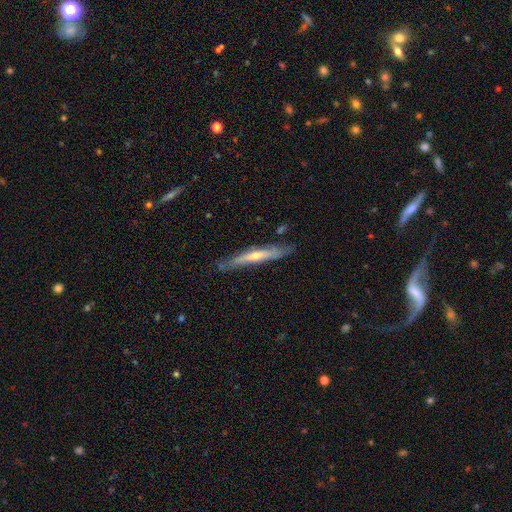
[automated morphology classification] The model was most divided on "smooth or featured": featured or disk: 59%, smooth: 35%, star or artifact: 6%. More confident: edge-on disk — yes (86%); merging — none (74%); edge-on bulge — rounded (63%).